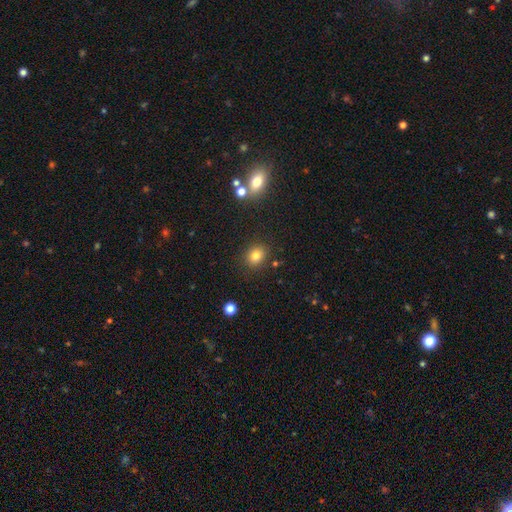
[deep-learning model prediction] Smooth or featured?
  - smooth: 80% *
  - star or artifact: 13%
  - featured or disk: 7%
How rounded?
  - round: 64% *
  - in between: 35%
  - cigar-shaped: 1%
Merging?
  - none: 85% *
  - minor disturbance: 9%
  - merger: 3%
  - major disturbance: 3%